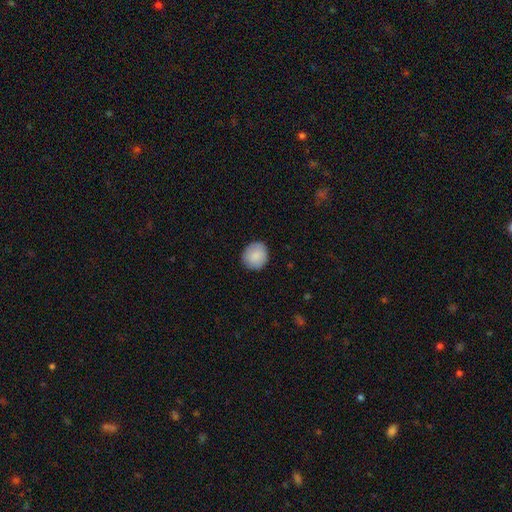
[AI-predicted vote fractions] smooth_or_featured: smooth (p=0.88) [alt: star or artifact p=0.07]
how_rounded: round (p=0.86) [alt: in between p=0.13]
merging: none (p=0.88) [alt: minor disturbance p=0.09]